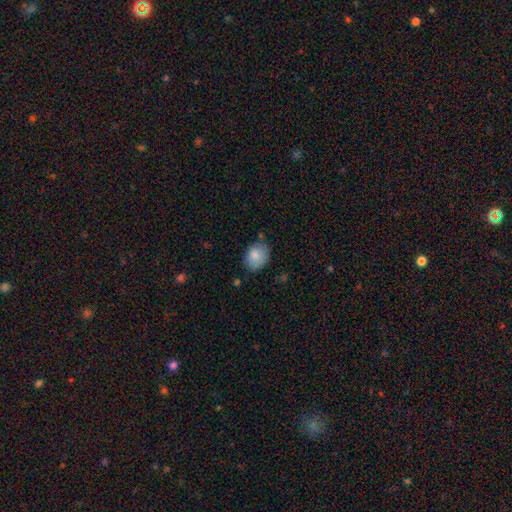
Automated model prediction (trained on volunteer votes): smooth 84%, featured or disk 9%, star or artifact 7%. Down the decision tree: how rounded — in between (61%); merging — none (70%).